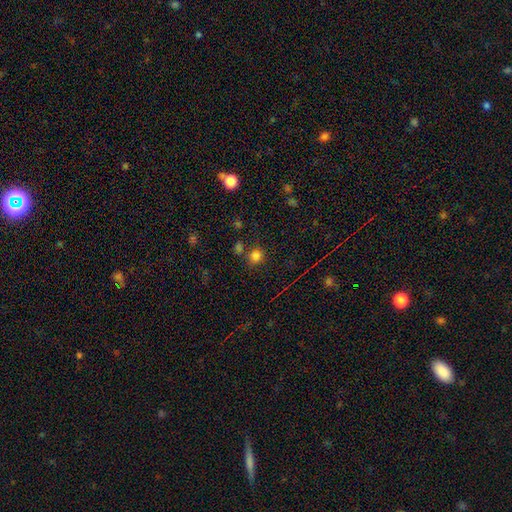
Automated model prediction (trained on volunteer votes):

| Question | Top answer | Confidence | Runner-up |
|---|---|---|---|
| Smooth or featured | smooth | 73% | star or artifact (21%) |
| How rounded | round | 84% | in between (15%) |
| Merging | none | 70% | merger (14%) |